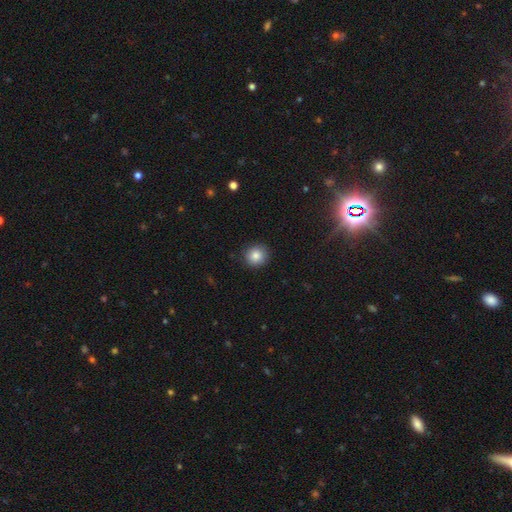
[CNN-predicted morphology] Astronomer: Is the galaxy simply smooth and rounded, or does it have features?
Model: smooth — 85%.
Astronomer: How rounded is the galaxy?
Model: round — 92%.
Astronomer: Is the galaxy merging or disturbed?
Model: none — 89%.